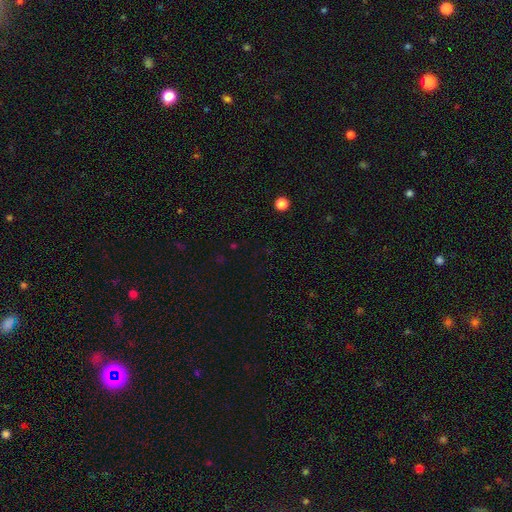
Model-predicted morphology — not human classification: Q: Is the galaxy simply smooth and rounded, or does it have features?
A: star or artifact — 63%.